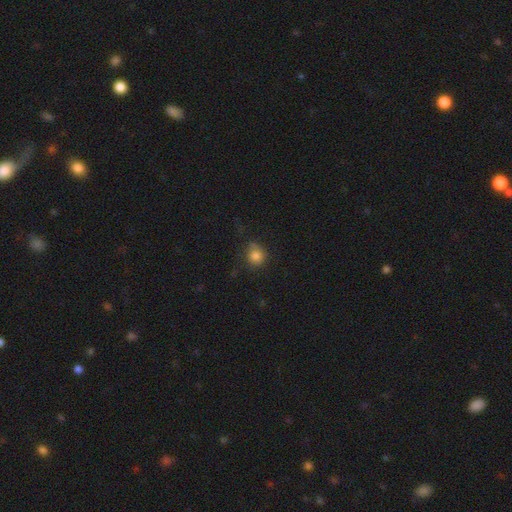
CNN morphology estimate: Smooth or featured? Predicted: smooth (p=0.82). How rounded? Predicted: round (p=0.83). Merging? Predicted: none (p=0.66).